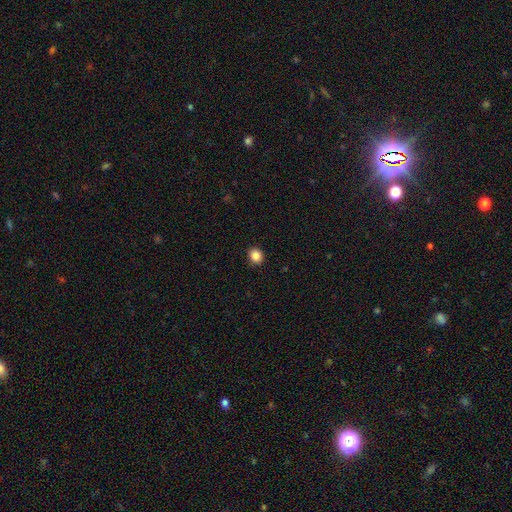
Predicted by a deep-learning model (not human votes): A smooth galaxy with no disk features (86%) that is round (68%). Merging: none (90%).